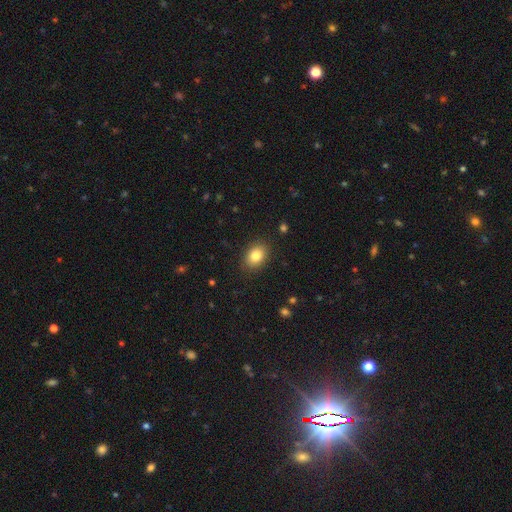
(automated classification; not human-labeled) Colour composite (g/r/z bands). It shows a smooth galaxy with no disk features (84%) that is in between round and cigar-shaped (74%). Merging: none (87%).